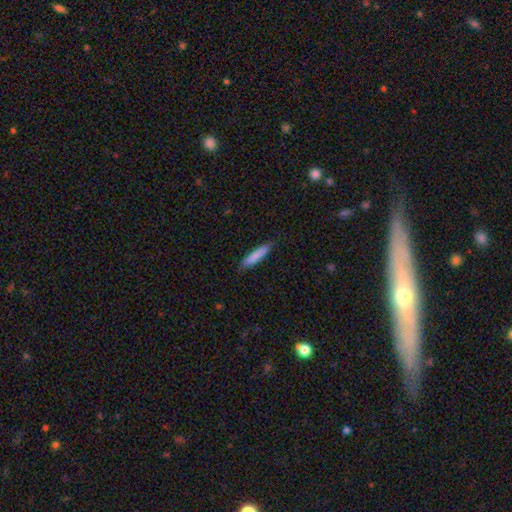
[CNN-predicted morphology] smooth-or-featured: smooth: 85% | featured or disk: 10% | star or artifact: 6%
  how-rounded: cigar-shaped: 86% | in between: 12% | round: 1%
  merging: none: 86% | minor disturbance: 11% | major disturbance: 2% | merger: 1%